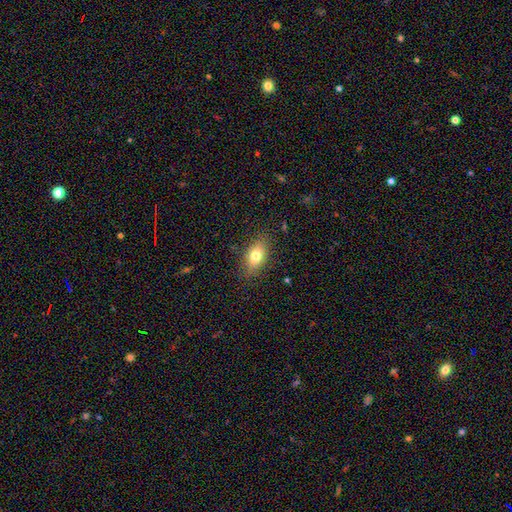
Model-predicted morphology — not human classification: This is likely a smooth galaxy (76%). How rounded: clearly in between (83%). Merging: clearly none (84%).